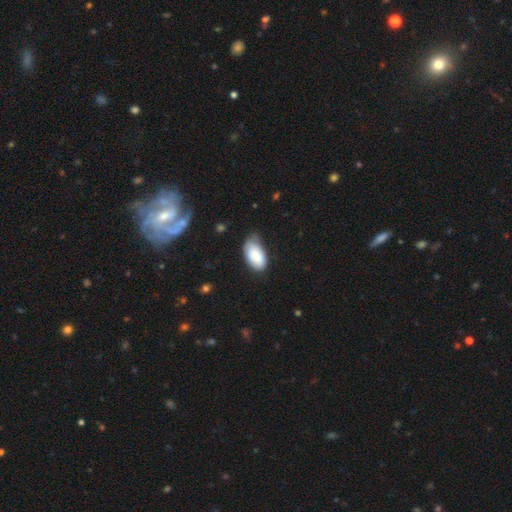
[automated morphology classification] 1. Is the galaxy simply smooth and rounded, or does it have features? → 84% smooth, 10% featured or disk, 6% star or artifact.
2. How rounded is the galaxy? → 95% in between, 3% round, 2% cigar-shaped.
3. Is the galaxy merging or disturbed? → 51% none, 38% minor disturbance, 9% major disturbance, 2% merger.